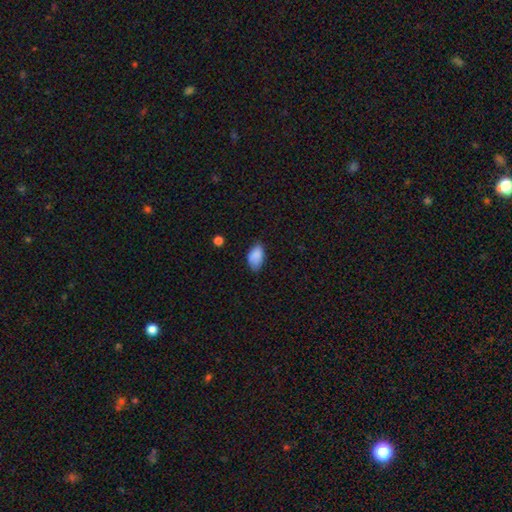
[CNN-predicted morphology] smooth_or_featured: smooth (p=0.87) [alt: star or artifact p=0.08]
how_rounded: in between (p=0.91) [alt: round p=0.07]
merging: none (p=0.65) [alt: minor disturbance p=0.29]